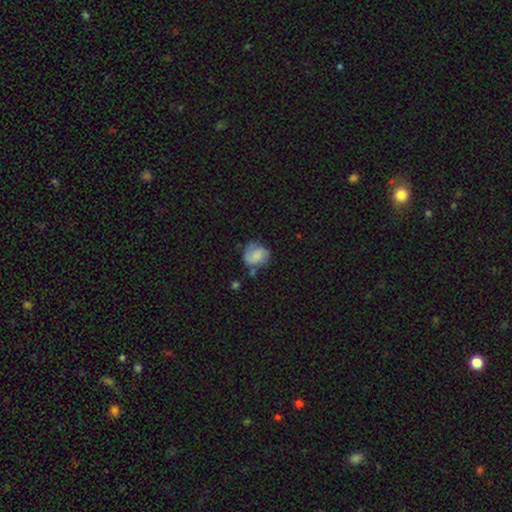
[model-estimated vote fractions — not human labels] This is possibly a smooth galaxy (53%). How rounded: likely round (65%). Merging: possibly none (55%).